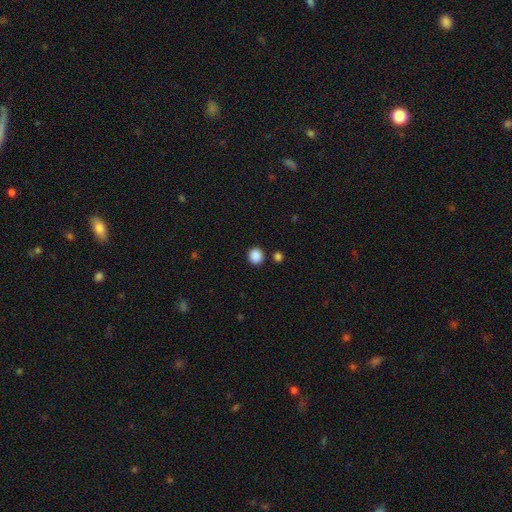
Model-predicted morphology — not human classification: Smooth or featured? smooth (88%)
How rounded? round (89%)
Merging? none (87%)